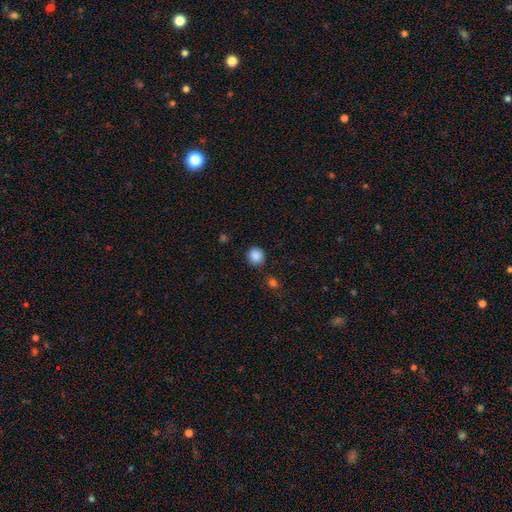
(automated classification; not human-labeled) Smooth or featured?
  - smooth: 87% *
  - star or artifact: 10%
  - featured or disk: 3%
How rounded?
  - round: 91% *
  - in between: 8%
  - cigar-shaped: 1%
Merging?
  - none: 86% *
  - minor disturbance: 9%
  - major disturbance: 3%
  - merger: 2%